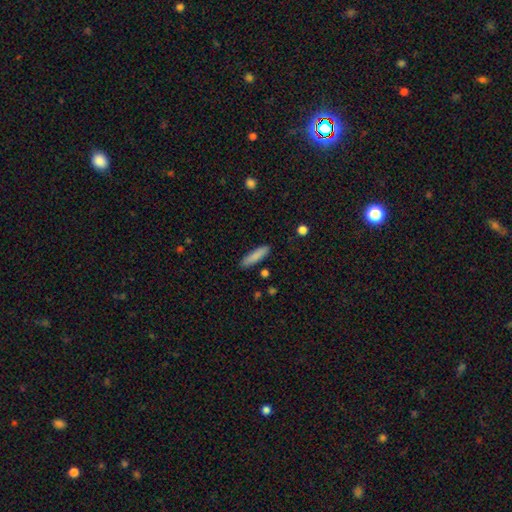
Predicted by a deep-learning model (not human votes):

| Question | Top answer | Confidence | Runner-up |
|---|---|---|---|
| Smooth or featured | smooth | 85% | featured or disk (8%) |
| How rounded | cigar-shaped | 74% | in between (25%) |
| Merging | none | 86% | minor disturbance (10%) |